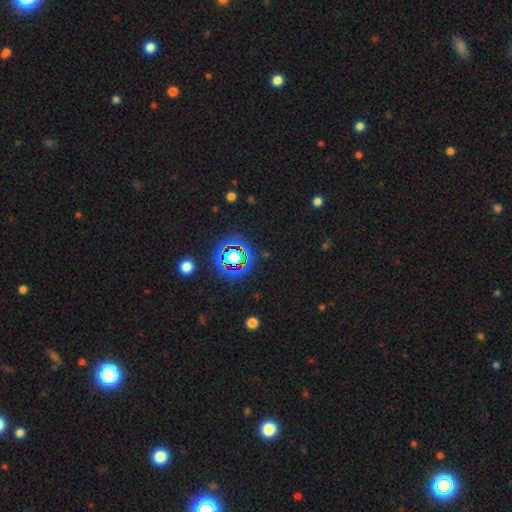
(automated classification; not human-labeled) The model was most divided on "smooth or featured": star or artifact: 77%, smooth: 13%, featured or disk: 10%.